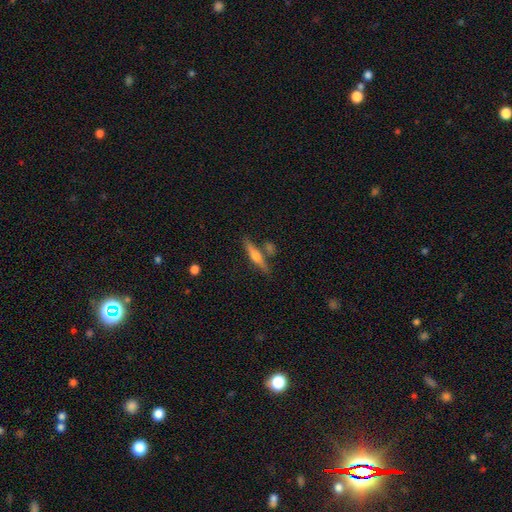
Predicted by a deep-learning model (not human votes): Smooth or featured?
  - featured or disk: 58% *
  - smooth: 35%
  - star or artifact: 7%
Edge-on disk?
  - yes: 95% *
  - no: 5%
Edge-on bulge?
  - rounded: 88% *
  - boxy: 6%
  - none: 6%
Merging?
  - none: 73% *
  - minor disturbance: 12%
  - merger: 12%
  - major disturbance: 3%